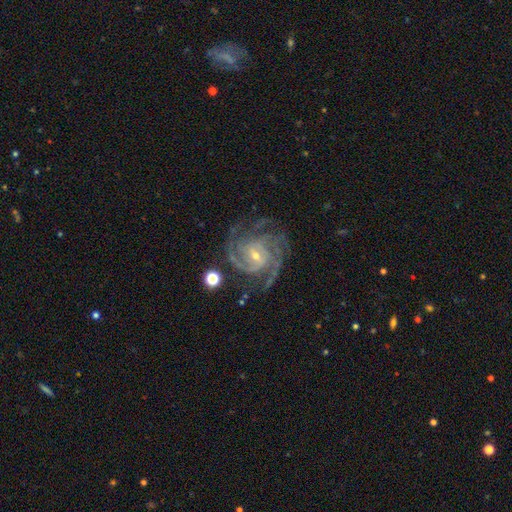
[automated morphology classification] Smooth or featured?
  - featured or disk: 92% *
  - star or artifact: 5%
  - smooth: 3%
Edge-on disk?
  - no: 98% *
  - yes: 2%
Bar?
  - weak: 49% *
  - no: 35%
  - strong: 16%
Spiral arms?
  - yes: 98% *
  - no: 2%
Spiral winding?
  - tight: 57% *
  - medium: 38%
  - loose: 5%
Spiral arm count?
  - 3: 32% *
  - 4: 27%
  - can't tell: 14%
  - 2: 14%
  - more than 4: 7%
  - 1: 6%
Bulge size?
  - small: 65% *
  - moderate: 31%
  - none: 2%
  - large: 1%
  - dominant: 1%
Merging?
  - none: 70% *
  - minor disturbance: 17%
  - major disturbance: 11%
  - merger: 2%